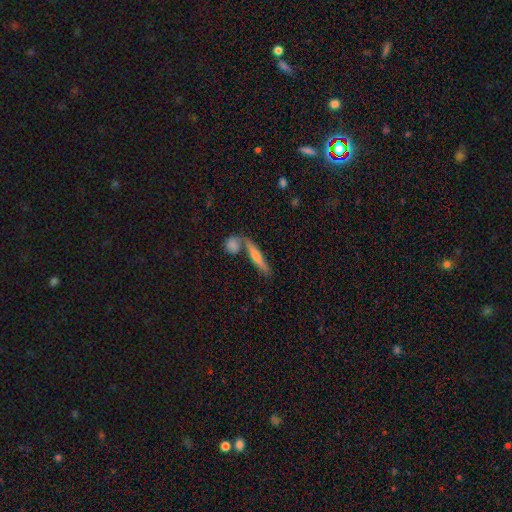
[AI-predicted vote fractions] smooth_or_featured: featured or disk (p=0.51) [alt: smooth p=0.40]
disk_edge_on: yes (p=0.91) [alt: no p=0.09]
merging: none (p=0.67) [alt: merger p=0.19]